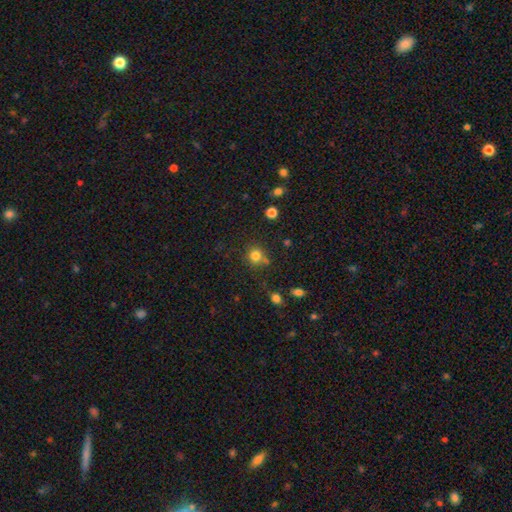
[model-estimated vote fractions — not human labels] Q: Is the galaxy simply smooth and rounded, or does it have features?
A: smooth — 79%.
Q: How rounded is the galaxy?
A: round — 90%.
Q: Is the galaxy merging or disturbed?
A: none — 71%.